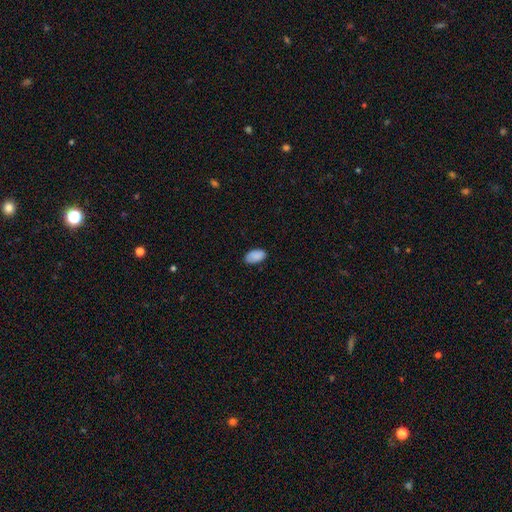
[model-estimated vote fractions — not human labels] Smooth or featured?
  - smooth: 88% *
  - star or artifact: 7%
  - featured or disk: 5%
How rounded?
  - in between: 95% *
  - round: 4%
  - cigar-shaped: 2%
Merging?
  - none: 81% *
  - minor disturbance: 16%
  - major disturbance: 3%
  - merger: 1%